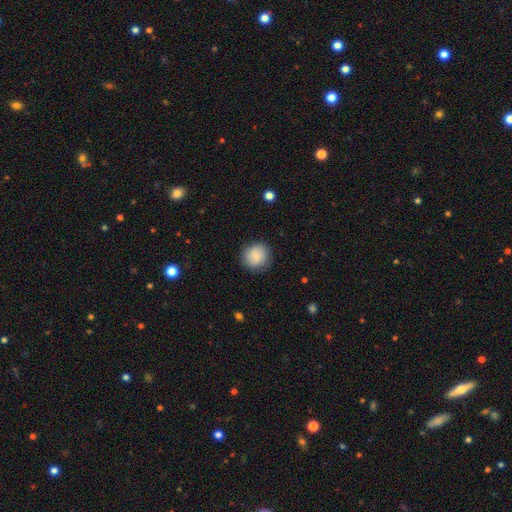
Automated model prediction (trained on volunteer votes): smooth_or_featured: smooth (p=0.85) [alt: featured or disk p=0.08]
how_rounded: round (p=0.89) [alt: in between p=0.10]
merging: none (p=0.87) [alt: minor disturbance p=0.10]